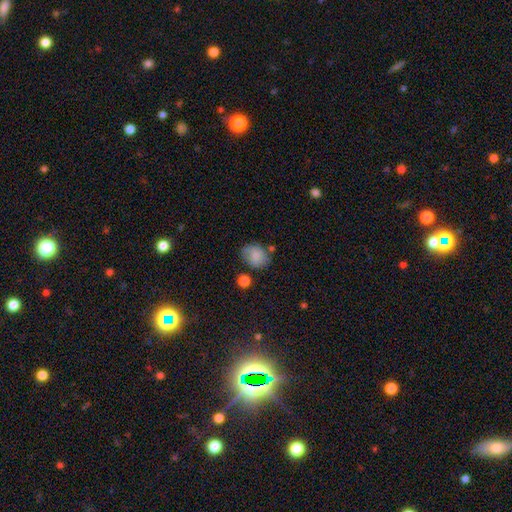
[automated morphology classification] A smooth galaxy with no disk features (80%) that is in between round and cigar-shaped (53%).

Vote fractions:
- Smooth or featured? smooth: 80% / featured or disk: 11% / star or artifact: 9%
- How rounded? in between: 53% / round: 46% / cigar-shaped: 1%
- Merging? none: 59% / minor disturbance: 26% / major disturbance: 8% / merger: 7%